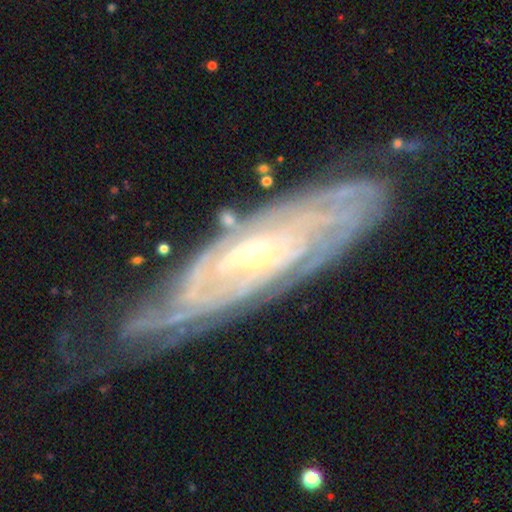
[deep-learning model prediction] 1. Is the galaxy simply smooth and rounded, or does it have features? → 88% featured or disk, 6% star or artifact, 6% smooth.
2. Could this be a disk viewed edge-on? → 83% no, 17% yes.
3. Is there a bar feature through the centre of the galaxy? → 47% no, 35% weak, 18% strong.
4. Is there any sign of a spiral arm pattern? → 97% yes, 3% no.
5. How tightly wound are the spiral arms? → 79% tight, 18% medium, 4% loose.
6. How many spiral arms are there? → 40% can't tell, 17% 2, 13% 4, 12% 3, 11% more than 4, 6% 1.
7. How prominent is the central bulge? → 72% small, 24% moderate, 1% large, 1% none, 1% dominant.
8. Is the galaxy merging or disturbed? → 69% none, 22% minor disturbance, 7% major disturbance, 2% merger.